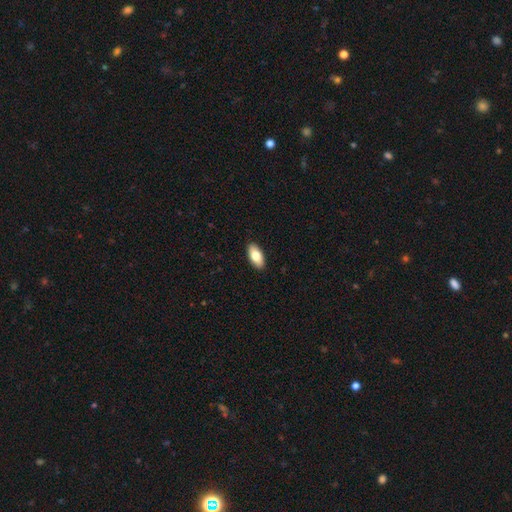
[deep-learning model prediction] Overall: smooth (80%). How rounded: in between (91%). Merging: none (91%).